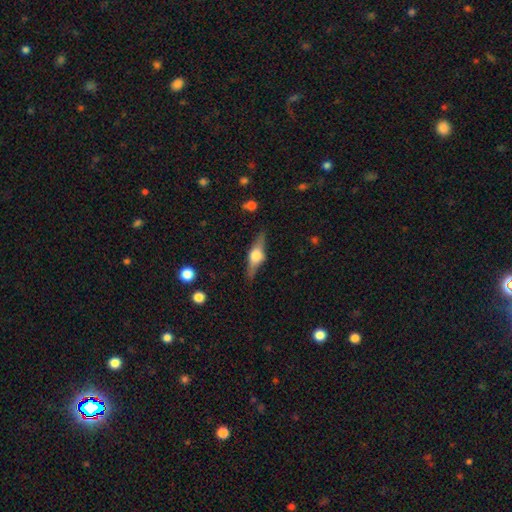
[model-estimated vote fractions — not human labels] A featured or disk galaxy (68%) viewed edge-on (96%) with a rounded central bulge (93%).

Vote fractions:
- Smooth or featured? featured or disk: 68% / smooth: 26% / star or artifact: 6%
- Edge-on disk? yes: 96% / no: 4%
- Edge-on bulge? rounded: 93% / boxy: 6% / none: 1%
- Merging? none: 85% / minor disturbance: 11% / major disturbance: 3% / merger: 2%